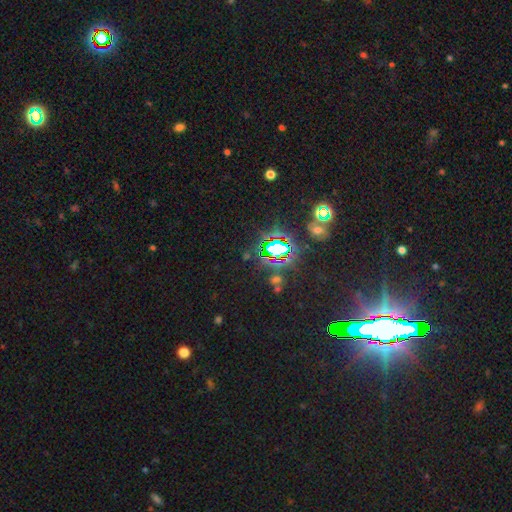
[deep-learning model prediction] Smooth or featured: star or artifact — 83% (smooth — 9%)